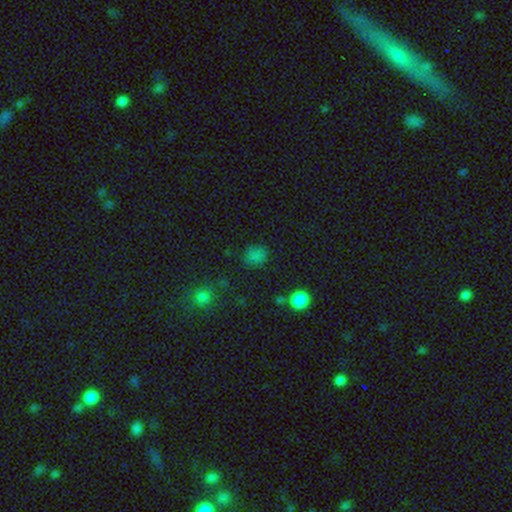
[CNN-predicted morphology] smooth 75%, star or artifact 21%, featured or disk 5%. Down the decision tree: how rounded — round (70%); merging — none (78%).